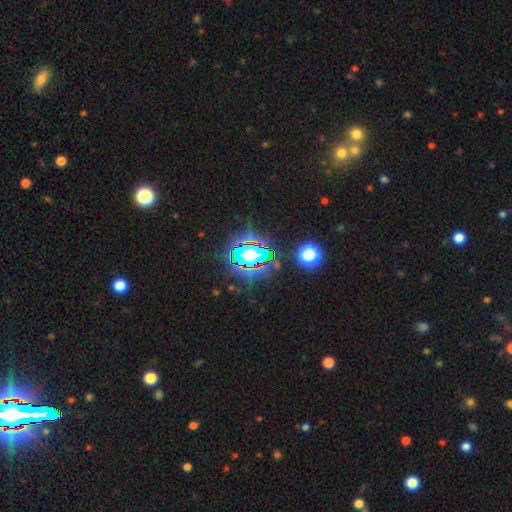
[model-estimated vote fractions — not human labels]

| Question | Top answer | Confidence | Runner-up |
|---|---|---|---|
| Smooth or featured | star or artifact | 78% | smooth (13%) |